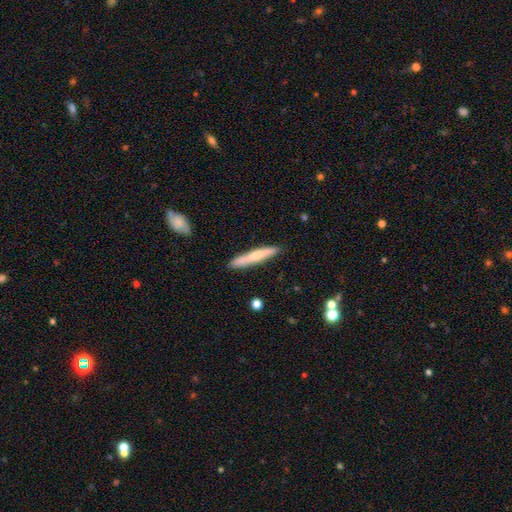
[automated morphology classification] Smooth or featured: smooth — 64% (featured or disk — 30%)
How rounded: cigar-shaped — 94% (in between — 5%)
Merging: none — 86% (minor disturbance — 10%)